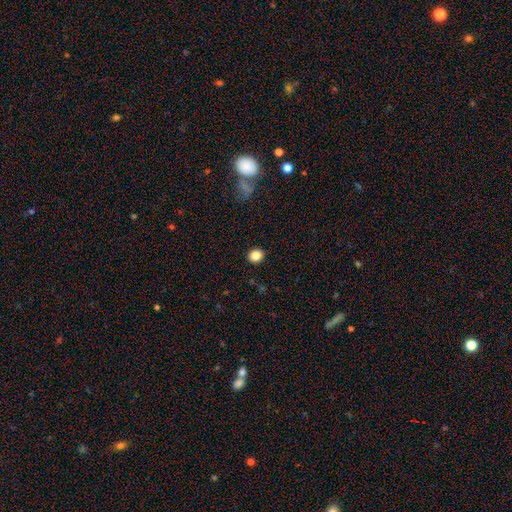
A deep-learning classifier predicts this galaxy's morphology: This is clearly a smooth galaxy (84%). How rounded: likely round (76%). Merging: clearly none (91%).